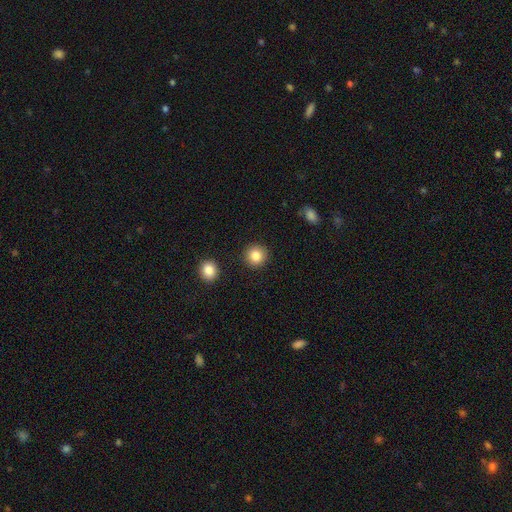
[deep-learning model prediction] Smooth or featured? smooth (85%)
How rounded? round (93%)
Merging? none (91%)